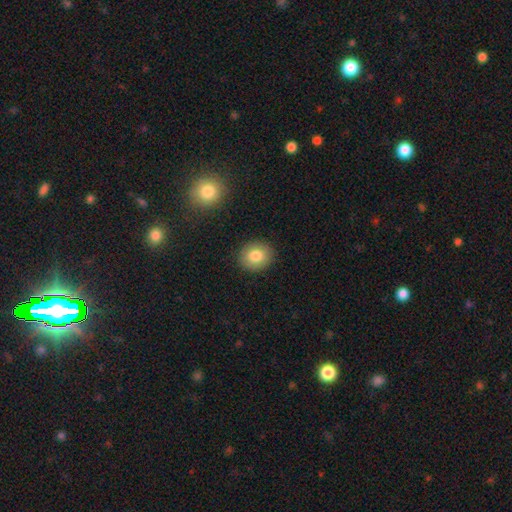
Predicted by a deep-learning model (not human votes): smooth 81%, featured or disk 10%, star or artifact 9%. Down the decision tree: how rounded — round (69%); merging — none (89%).